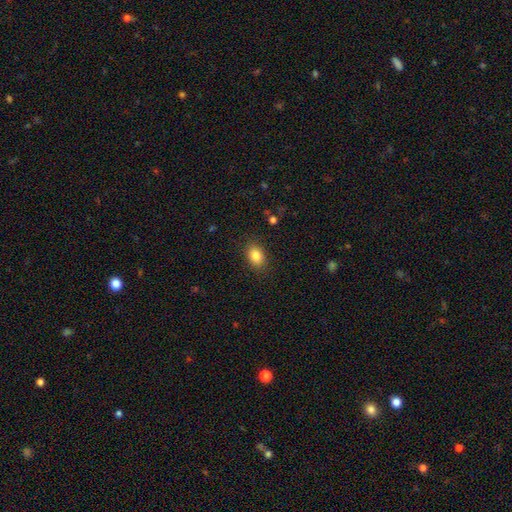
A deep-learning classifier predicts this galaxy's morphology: type=smooth (84%); roundness=in between (80%); merging=none (87%).